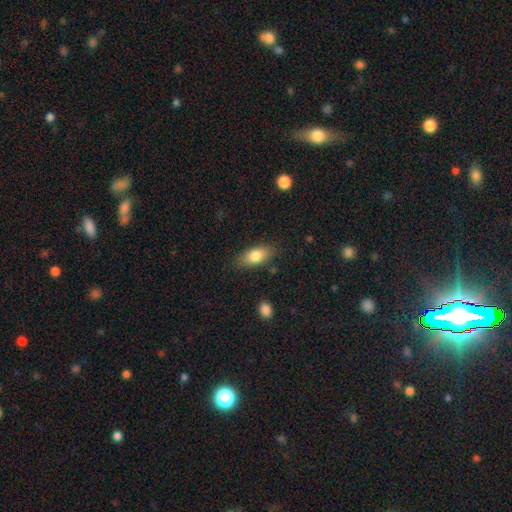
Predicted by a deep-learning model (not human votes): smooth_or_featured: smooth (p=0.79) [alt: featured or disk p=0.14]
how_rounded: in between (p=0.85) [alt: cigar-shaped p=0.11]
merging: none (p=0.82) [alt: minor disturbance p=0.13]